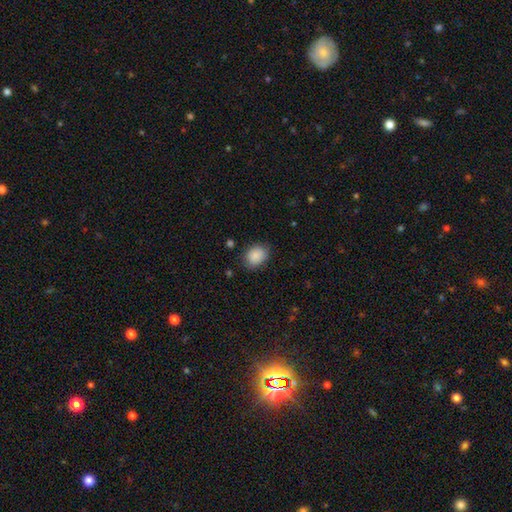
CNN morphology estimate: Smooth or featured: smooth — 88% (star or artifact — 8%)
How rounded: in between — 56% (round — 43%)
Merging: none — 80% (minor disturbance — 15%)